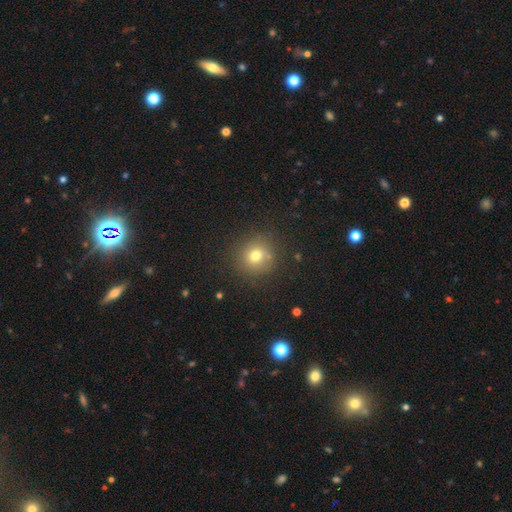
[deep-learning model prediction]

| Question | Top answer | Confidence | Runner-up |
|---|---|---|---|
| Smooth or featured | smooth | 72% | star or artifact (17%) |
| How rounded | round | 91% | in between (8%) |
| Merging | none | 82% | minor disturbance (11%) |